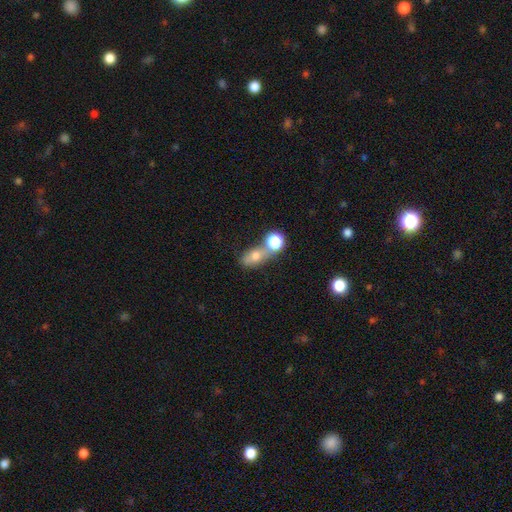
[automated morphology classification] Smooth or featured: smooth — 67% (featured or disk — 19%)
How rounded: in between — 64% (round — 30%)
Merging: merger — 42% (none — 38%)